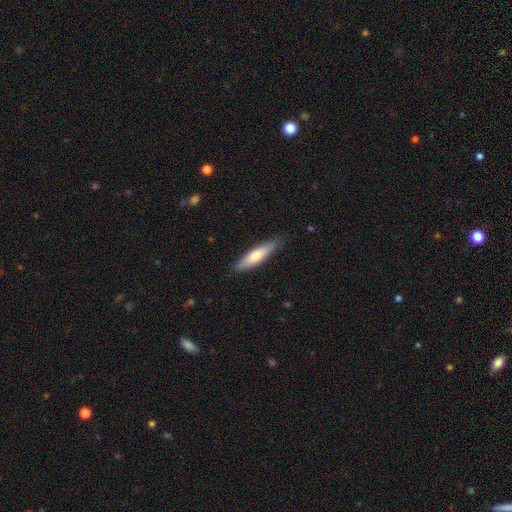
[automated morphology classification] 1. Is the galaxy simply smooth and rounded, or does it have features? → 69% smooth, 26% featured or disk, 5% star or artifact.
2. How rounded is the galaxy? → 73% cigar-shaped, 26% in between, 1% round.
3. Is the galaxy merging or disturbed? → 83% none, 14% minor disturbance, 2% major disturbance, 1% merger.